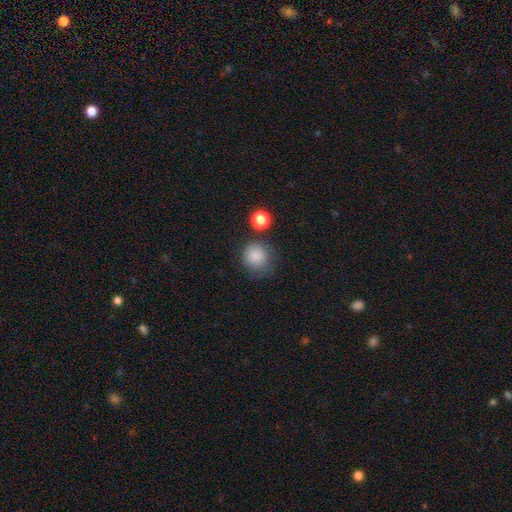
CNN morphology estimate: Overall: smooth (85%). How rounded: round (89%). Merging: none (71%).